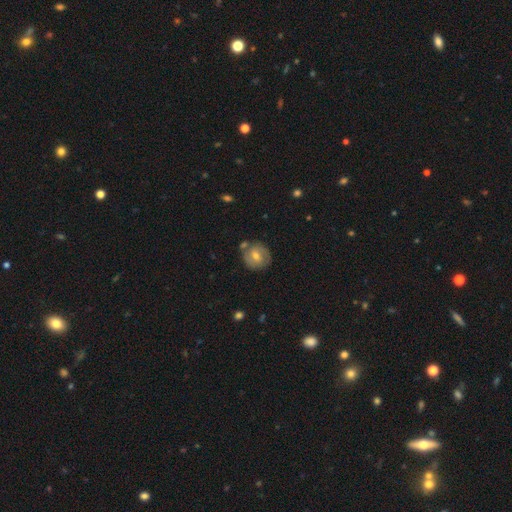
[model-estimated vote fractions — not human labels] This is possibly a featured or disk galaxy (50%). Merging: likely none (71%).